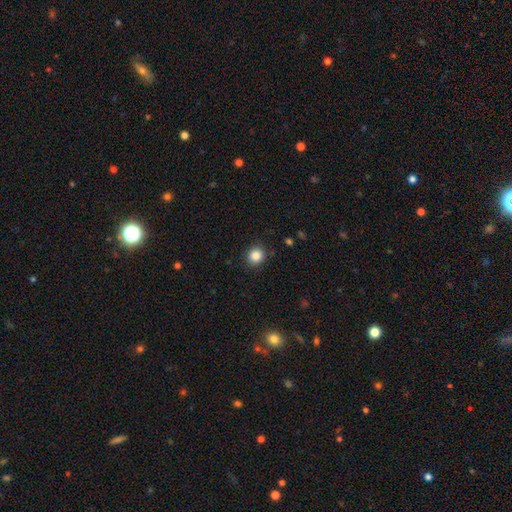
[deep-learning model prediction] The model was most divided on "how rounded": round: 87%, in between: 12%, cigar-shaped: 1%. More confident: merging — none (90%); smooth or featured — smooth (85%).